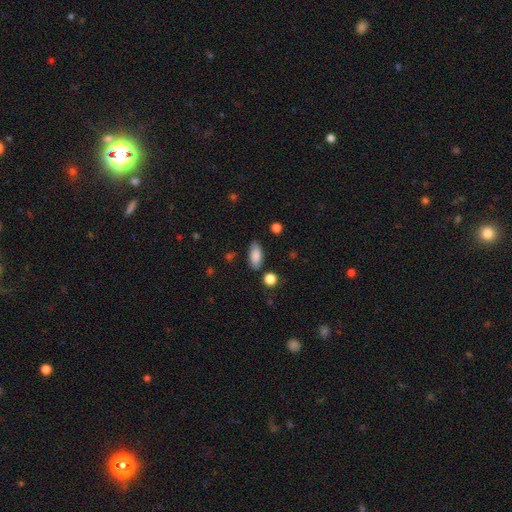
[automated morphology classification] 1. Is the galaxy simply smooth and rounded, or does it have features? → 86% smooth, 7% featured or disk, 7% star or artifact.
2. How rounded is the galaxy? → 87% in between, 10% cigar-shaped, 3% round.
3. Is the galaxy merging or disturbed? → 78% none, 15% minor disturbance, 3% major disturbance, 3% merger.